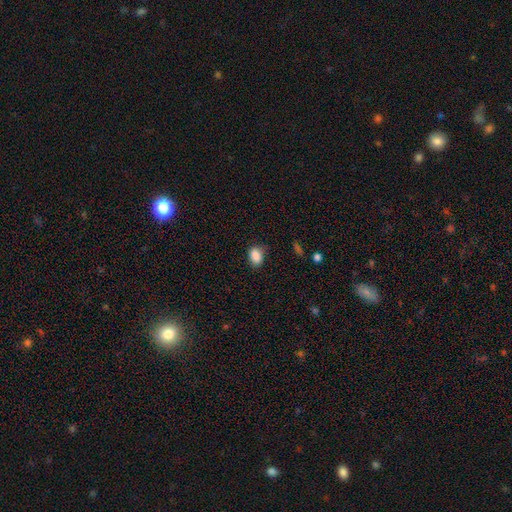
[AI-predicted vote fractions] Smooth or featured? Predicted: smooth (p=0.88). How rounded? Predicted: in between (p=0.79). Merging? Predicted: none (p=0.73).